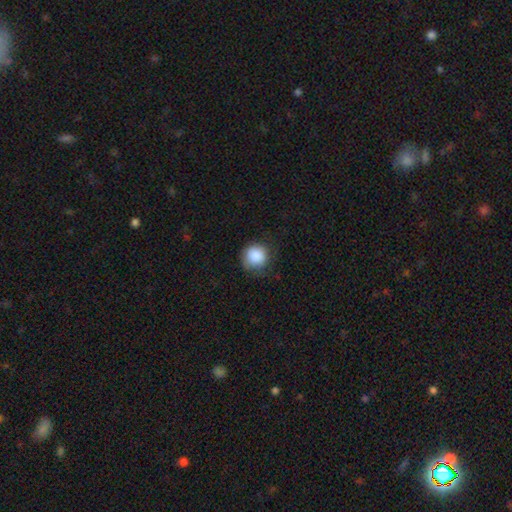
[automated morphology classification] The model was most divided on "merging": none: 77%, minor disturbance: 17%, major disturbance: 5%, merger: 1%. More confident: how rounded — round (92%); smooth or featured — smooth (88%).